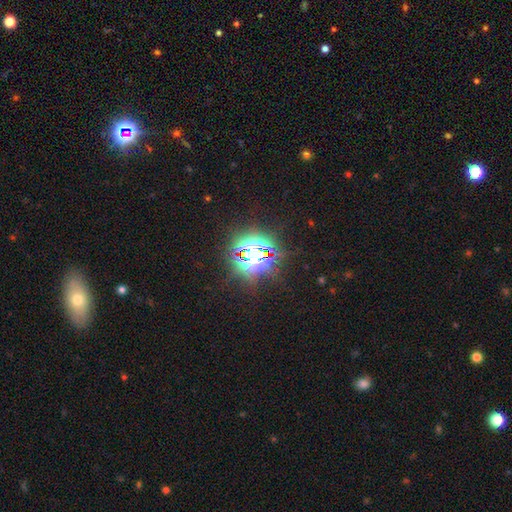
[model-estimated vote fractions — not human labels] star or artifact 77%, smooth 13%, featured or disk 9%.